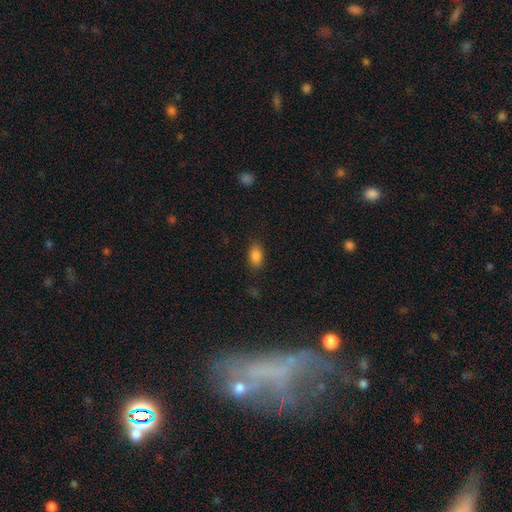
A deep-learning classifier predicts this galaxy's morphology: The model was most divided on "merging": none: 84%, minor disturbance: 11%, major disturbance: 3%, merger: 1%. More confident: how rounded — in between (90%); smooth or featured — smooth (85%).